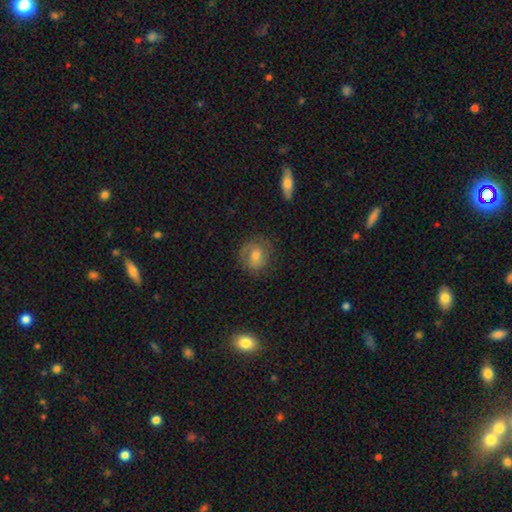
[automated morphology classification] smooth 50%, featured or disk 40%, star or artifact 10%. Down the decision tree: merging — none (74%).